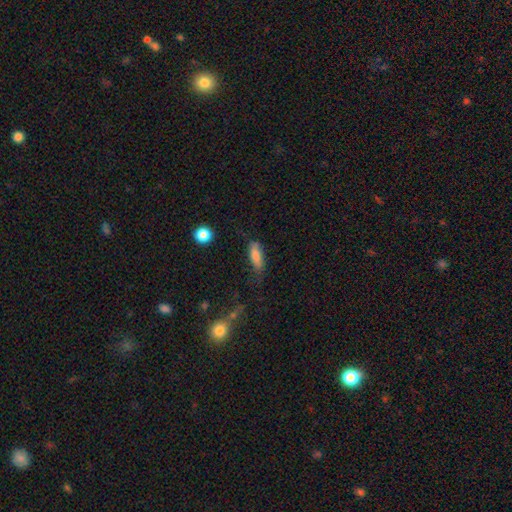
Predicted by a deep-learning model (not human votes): Smooth or featured: smooth — 80% (featured or disk — 12%)
How rounded: in between — 65% (cigar-shaped — 32%)
Merging: none — 57% (minor disturbance — 29%)